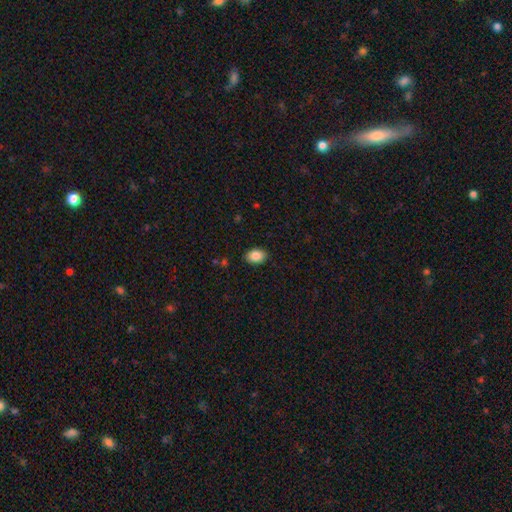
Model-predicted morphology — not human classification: Smooth or featured? Predicted: smooth (p=0.87). How rounded? Predicted: in between (p=0.83). Merging? Predicted: none (p=0.88).